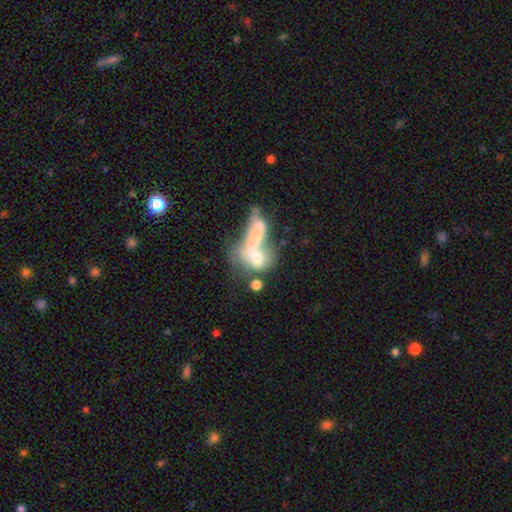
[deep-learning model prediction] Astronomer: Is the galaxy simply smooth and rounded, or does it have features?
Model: smooth — 45% (runner-up: featured or disk, 41%).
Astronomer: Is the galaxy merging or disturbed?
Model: merger — 57%.